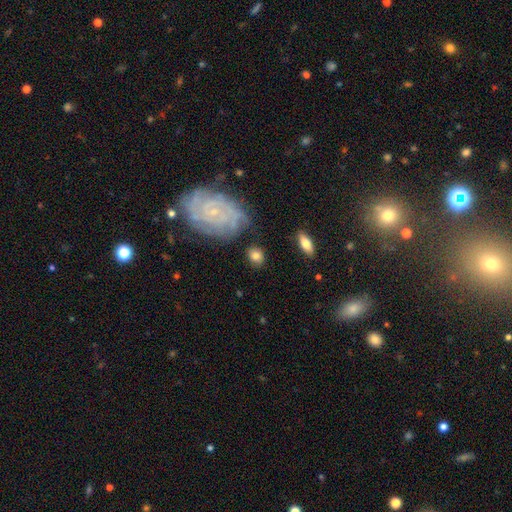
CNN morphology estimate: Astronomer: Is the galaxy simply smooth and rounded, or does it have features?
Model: smooth — 71%.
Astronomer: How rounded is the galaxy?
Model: round — 50% (runner-up: in between, 47%).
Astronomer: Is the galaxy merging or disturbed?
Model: none — 76%.